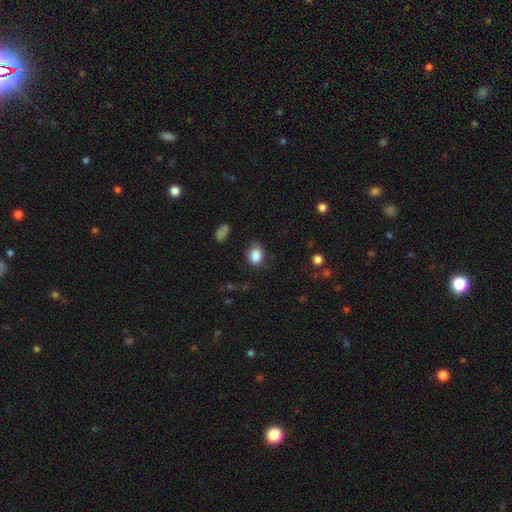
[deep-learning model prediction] Overall: smooth (87%). How rounded: in between (64%; round 35%). Merging: none (65%).